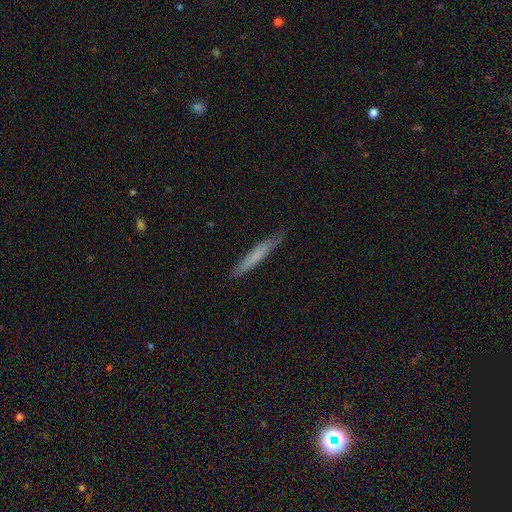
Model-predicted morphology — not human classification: smooth-or-featured: smooth: 66% | featured or disk: 28% | star or artifact: 6%
  how-rounded: cigar-shaped: 95% | in between: 3% | round: 1%
  merging: none: 85% | minor disturbance: 12% | major disturbance: 2% | merger: 1%